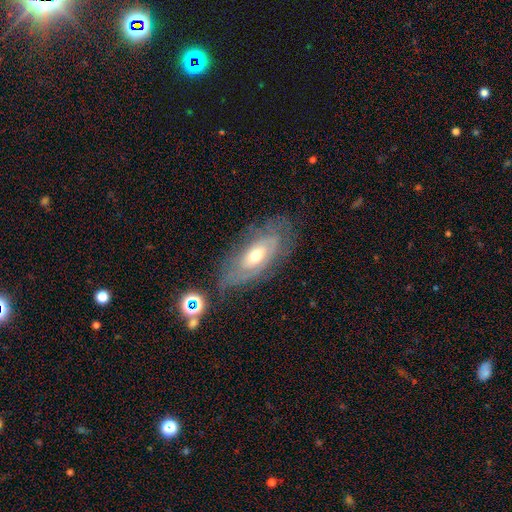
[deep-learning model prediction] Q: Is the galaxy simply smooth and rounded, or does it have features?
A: featured or disk — 67%.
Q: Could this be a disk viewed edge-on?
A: no — 84%.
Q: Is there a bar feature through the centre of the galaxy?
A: no — 73%.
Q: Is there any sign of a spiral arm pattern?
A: yes — 67%.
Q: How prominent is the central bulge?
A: moderate — 69%.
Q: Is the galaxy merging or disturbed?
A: none — 63%.